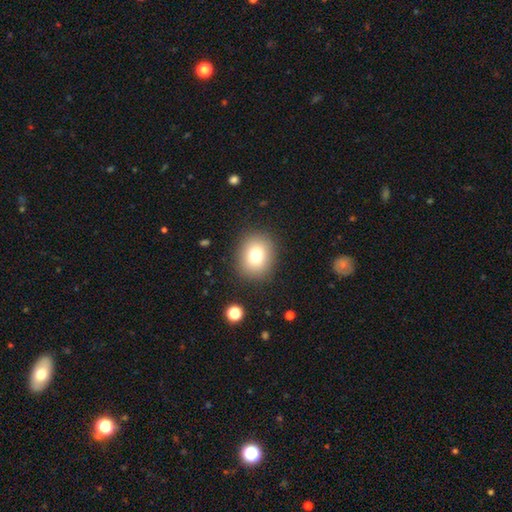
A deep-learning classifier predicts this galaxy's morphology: Smooth or featured? smooth (77%)
How rounded? round (66%)
Merging? none (88%)